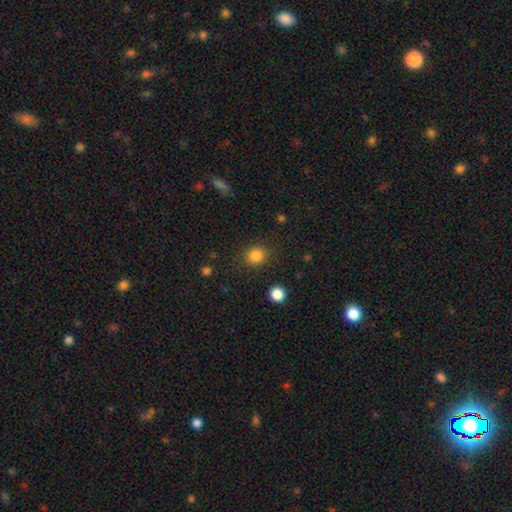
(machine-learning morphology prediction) A smooth galaxy with no disk features (84%) that is round (83%).

Vote fractions:
- Smooth or featured? smooth: 84% / star or artifact: 12% / featured or disk: 4%
- How rounded? round: 83% / in between: 16% / cigar-shaped: 1%
- Merging? none: 87% / minor disturbance: 8% / major disturbance: 3% / merger: 2%